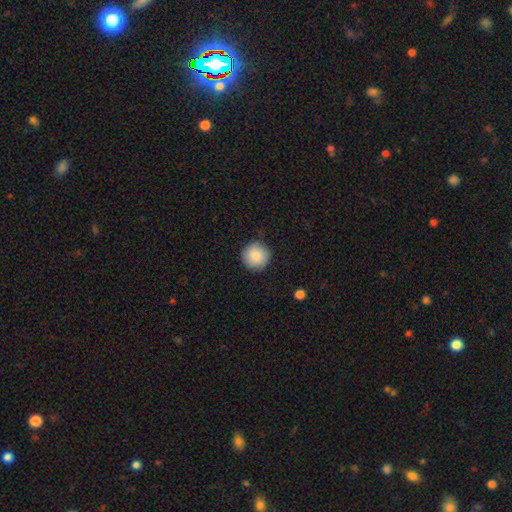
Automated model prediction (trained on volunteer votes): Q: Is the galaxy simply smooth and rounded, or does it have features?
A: smooth — 87%.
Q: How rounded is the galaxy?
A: round — 96%.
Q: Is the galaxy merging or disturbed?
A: none — 90%.